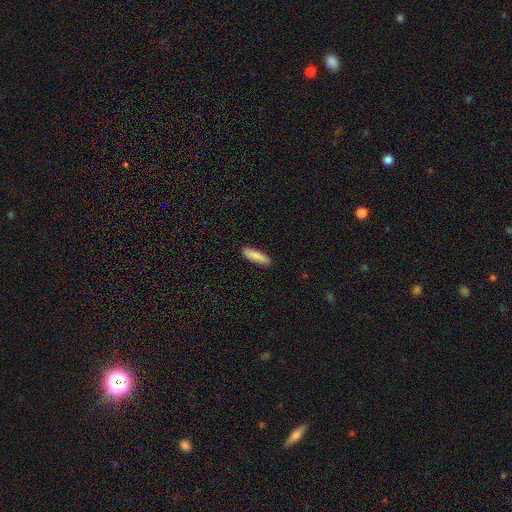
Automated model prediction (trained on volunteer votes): A smooth galaxy with no disk features (88%) that is cigar-shaped (65%). Merging: none (89%).